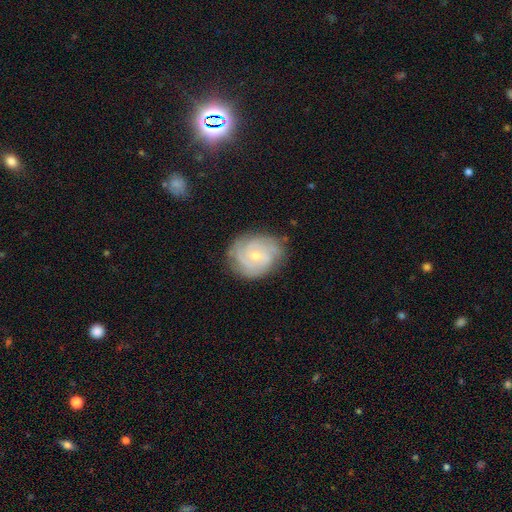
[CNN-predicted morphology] A featured or disk galaxy (79%) with no bar (71%), can't tell (28%, tied with 3) tight (69%) spiral arms (94%) and a small central bulge (61%).

Vote fractions:
- Smooth or featured? featured or disk: 79% / smooth: 15% / star or artifact: 7%
- Edge-on disk? no: 97% / yes: 3%
- Bar? no: 71% / weak: 25% / strong: 4%
- Spiral arms? yes: 94% / no: 6%
- Spiral winding? tight: 69% / medium: 26% / loose: 6%
- Spiral arm count? can't tell: 28% (tied) / 3: 28% (tied) / 2: 23% / 4: 10% / 1: 5% / more than 4: 5%
- Bulge size? small: 61% / moderate: 36% / large: 1% / none: 1% / dominant: 1%
- Merging? none: 76% / minor disturbance: 18% / major disturbance: 5% / merger: 1%